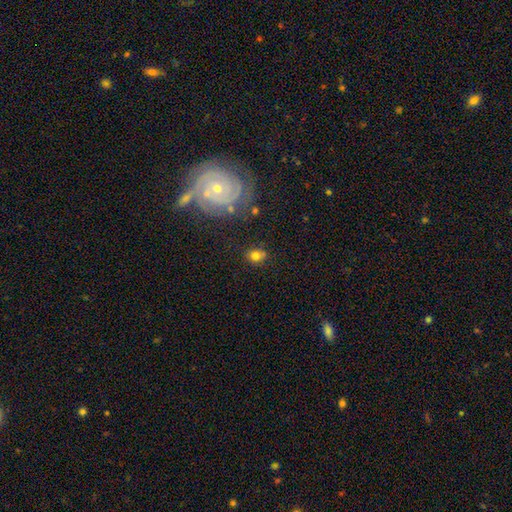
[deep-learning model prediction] smooth-or-featured: smooth: 72% | star or artifact: 14% | featured or disk: 14%
  how-rounded: round: 64% | in between: 35% | cigar-shaped: 1%
  merging: none: 71% | minor disturbance: 16% | merger: 7% | major disturbance: 6%